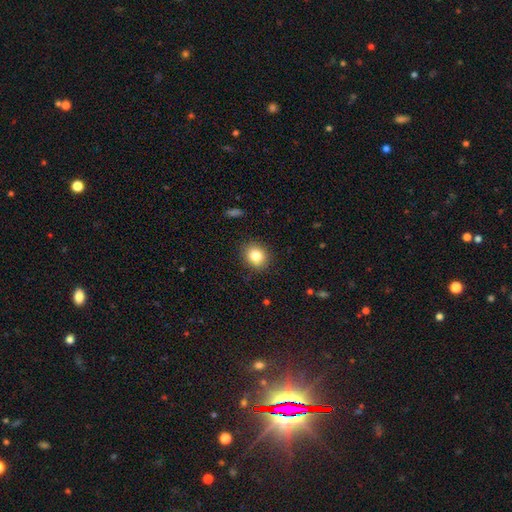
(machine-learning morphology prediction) This is clearly a smooth galaxy (83%). How rounded: likely round (74%). Merging: clearly none (89%).